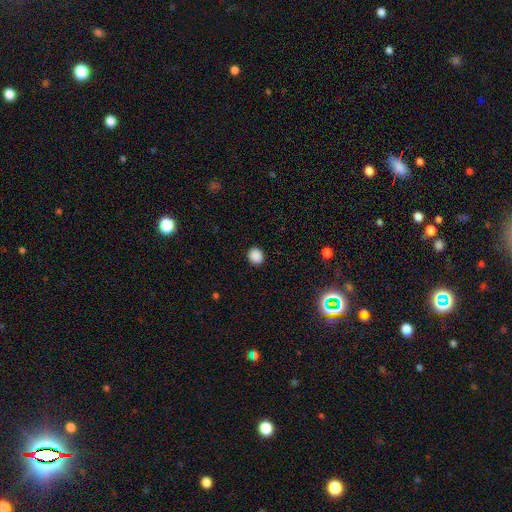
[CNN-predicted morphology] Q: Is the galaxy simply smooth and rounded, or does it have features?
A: smooth — 88%.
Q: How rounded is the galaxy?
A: round — 75%.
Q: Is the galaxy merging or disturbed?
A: none — 91%.